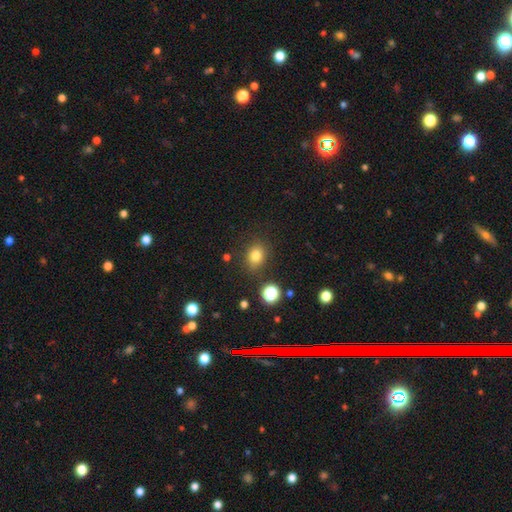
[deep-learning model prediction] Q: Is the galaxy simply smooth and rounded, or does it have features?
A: smooth — 79%.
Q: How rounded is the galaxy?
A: round — 59%.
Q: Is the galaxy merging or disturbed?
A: none — 83%.